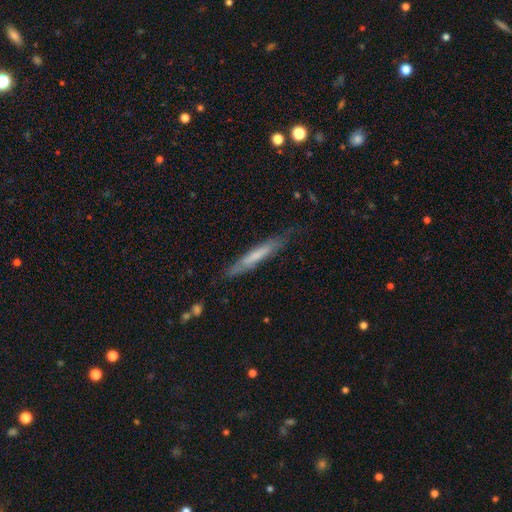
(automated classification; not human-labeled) This appears to be a smooth galaxy with no disk features (55%) that is cigar-shaped (92%). Merging: none (75%).